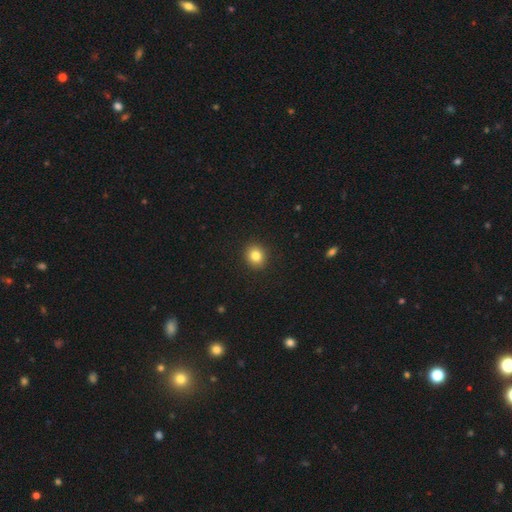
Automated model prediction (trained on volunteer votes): This is clearly a smooth galaxy (83%). How rounded: likely round (77%). Merging: clearly none (92%).